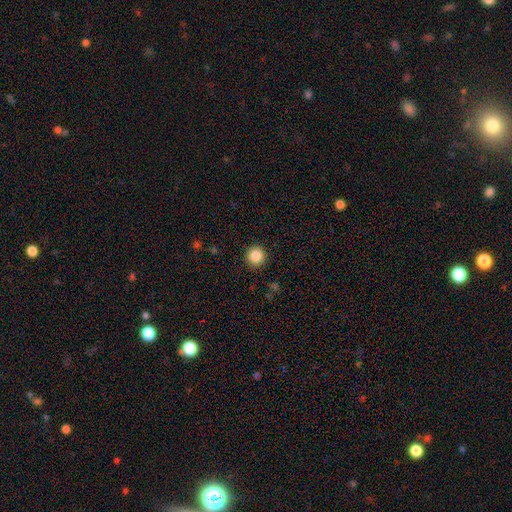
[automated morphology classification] Overall: smooth (87%). How rounded: round (95%). Merging: none (92%).